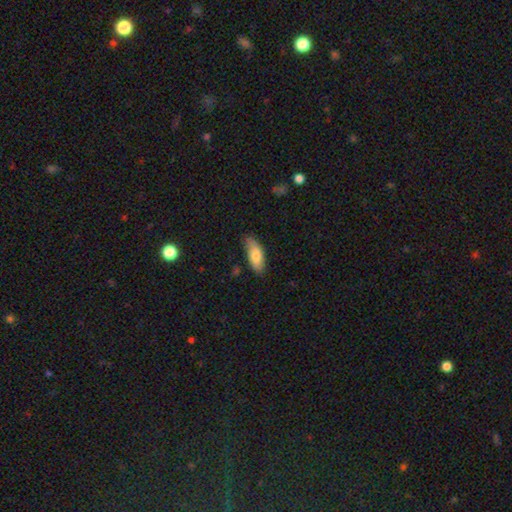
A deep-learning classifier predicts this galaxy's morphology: smooth-or-featured: smooth: 78% | featured or disk: 16% | star or artifact: 6%
  how-rounded: in between: 79% | cigar-shaped: 19% | round: 2%
  merging: none: 76% | minor disturbance: 20% | major disturbance: 3% | merger: 1%